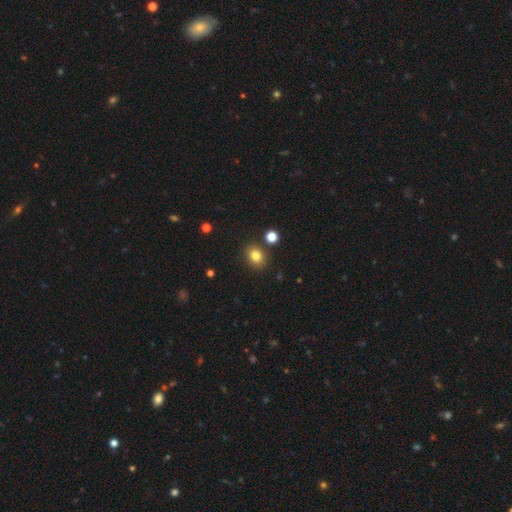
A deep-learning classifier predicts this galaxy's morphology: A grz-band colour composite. It shows a smooth galaxy with no disk features (82%) that is round (55%). Merging: none (83%).